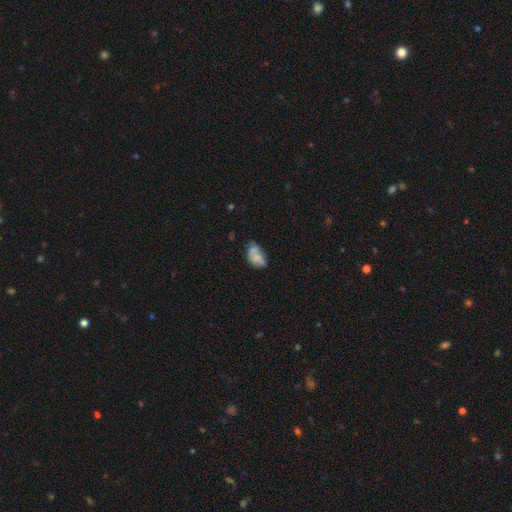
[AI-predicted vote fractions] smooth_or_featured: smooth (p=0.57) [alt: featured or disk p=0.33]
how_rounded: in between (p=0.88) [alt: round p=0.10]
merging: none (p=0.35) [alt: minor disturbance p=0.29]